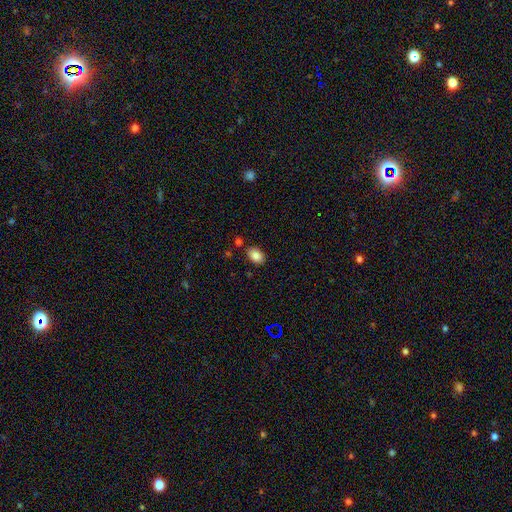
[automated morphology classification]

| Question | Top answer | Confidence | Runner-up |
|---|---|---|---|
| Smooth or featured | smooth | 85% | star or artifact (9%) |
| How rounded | in between | 84% | round (14%) |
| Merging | none | 83% | minor disturbance (10%) |